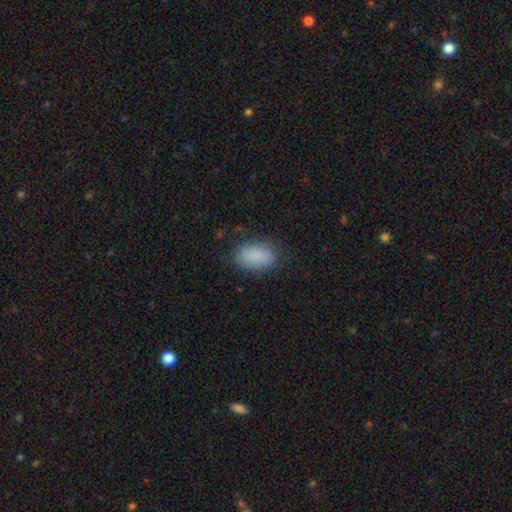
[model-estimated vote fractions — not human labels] Overall: smooth (88%). How rounded: in between (88%). Merging: none (79%).